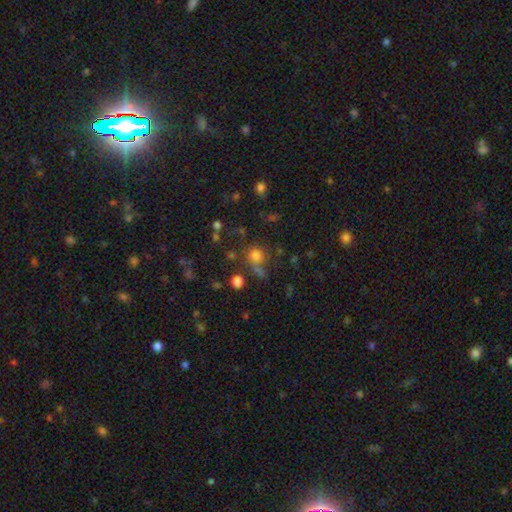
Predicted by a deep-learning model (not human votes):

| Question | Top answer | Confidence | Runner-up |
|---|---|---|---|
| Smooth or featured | smooth | 74% | star or artifact (18%) |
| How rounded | round | 87% | in between (12%) |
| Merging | none | 63% | merger (16%) |